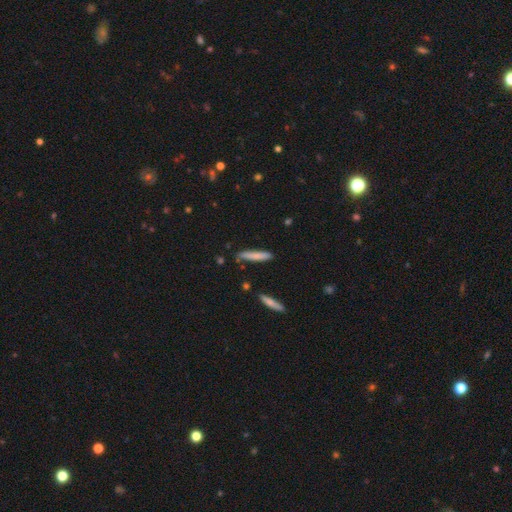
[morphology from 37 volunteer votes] Overall: smooth (73%). How rounded: cigar-shaped (85%). Merging: none (78%).